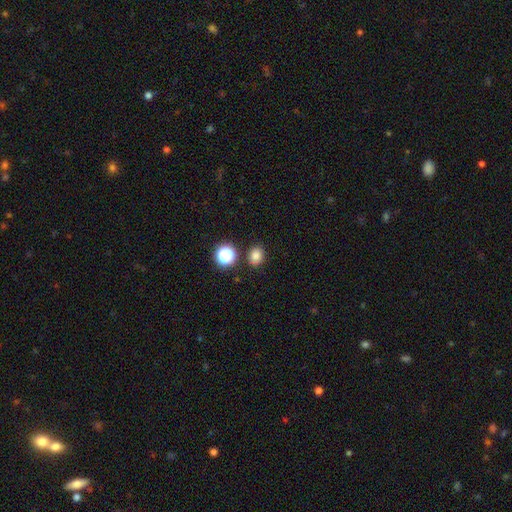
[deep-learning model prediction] Smooth or featured?
  - smooth: 80% *
  - star or artifact: 15%
  - featured or disk: 5%
How rounded?
  - round: 59% *
  - in between: 40%
  - cigar-shaped: 1%
Merging?
  - none: 83% *
  - minor disturbance: 10%
  - merger: 5%
  - major disturbance: 3%